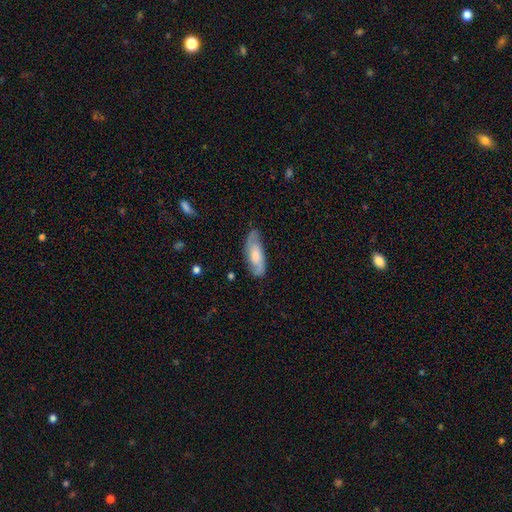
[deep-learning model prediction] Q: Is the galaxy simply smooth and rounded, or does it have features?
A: featured or disk — 56%.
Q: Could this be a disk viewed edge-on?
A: no — 85%.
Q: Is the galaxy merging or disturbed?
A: none — 74%.